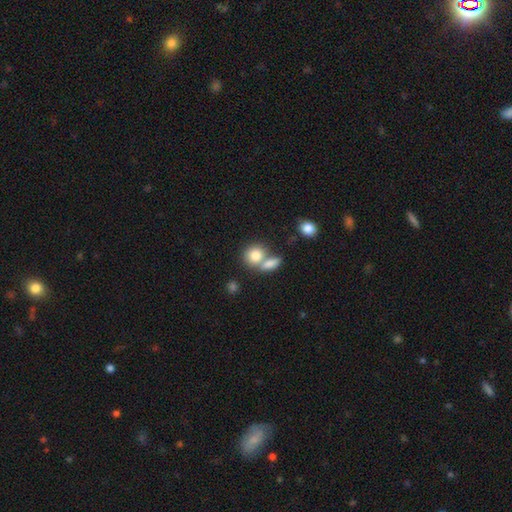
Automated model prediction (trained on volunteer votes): Q: Smooth or featured?
A: smooth (81%); runner-up: featured or disk (10%)
Q: How rounded?
A: round (66%); runner-up: in between (32%)
Q: Merging?
A: merger (45%); runner-up: none (42%)